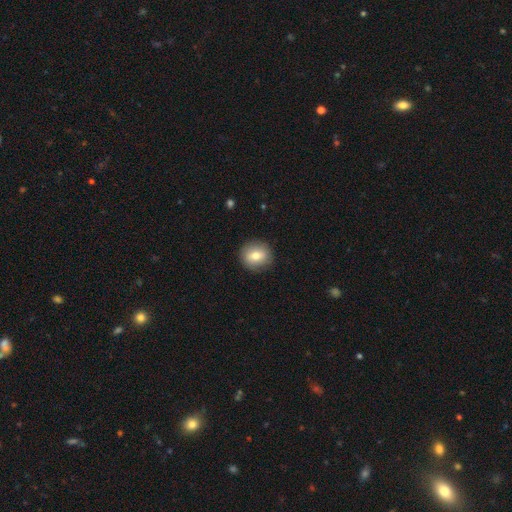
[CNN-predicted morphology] This is likely a smooth galaxy (76%). How rounded: clearly round (85%). Merging: clearly none (89%).